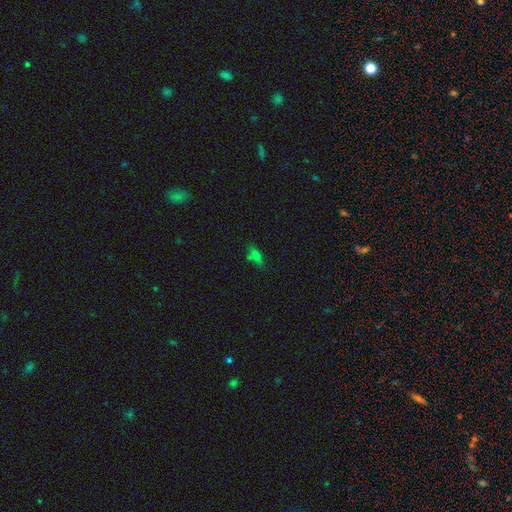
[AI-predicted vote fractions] Overall: smooth (65%). How rounded: in between (74%). Merging: none (69%).